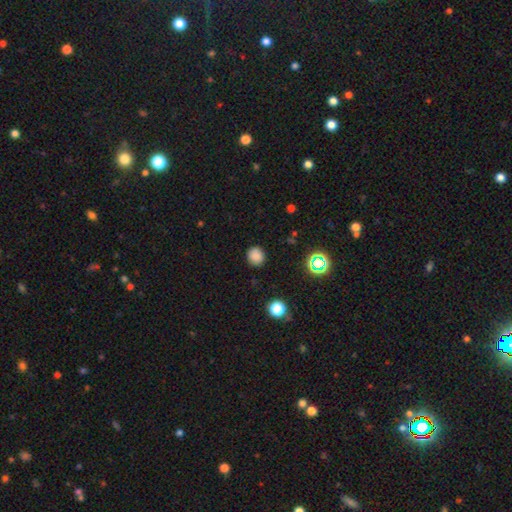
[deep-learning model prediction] Smooth or featured? Predicted: smooth (p=0.81). How rounded? Predicted: round (p=0.84). Merging? Predicted: none (p=0.88).